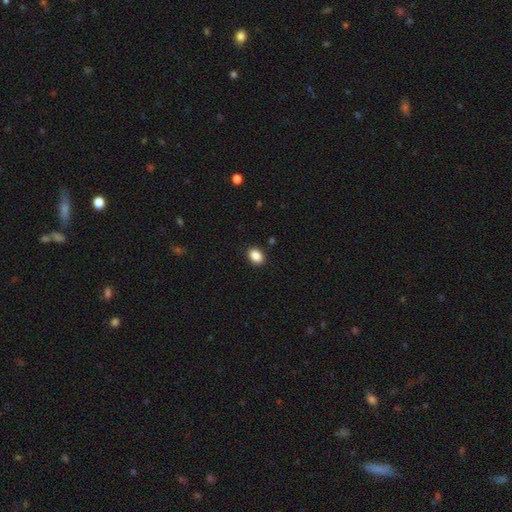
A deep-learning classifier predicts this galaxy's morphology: Overall: smooth (88%). How rounded: in between (72%). Merging: none (90%).